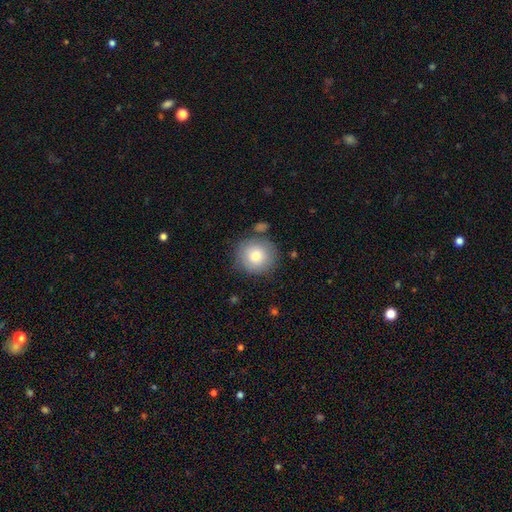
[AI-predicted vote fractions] Overall: smooth (80%). How rounded: round (91%). Merging: none (79%).